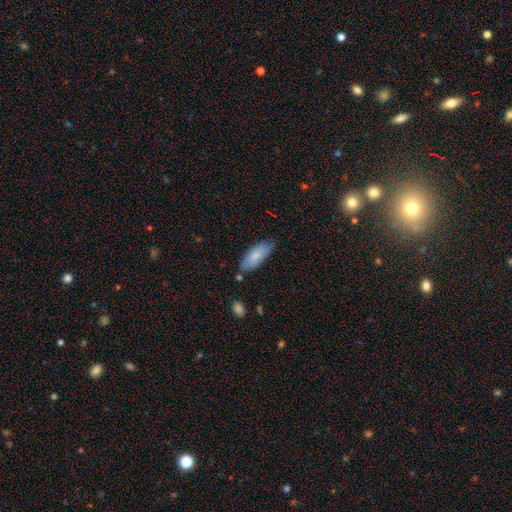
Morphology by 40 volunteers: type=smooth (80%); roundness=in between (81%); merging=none (65%).